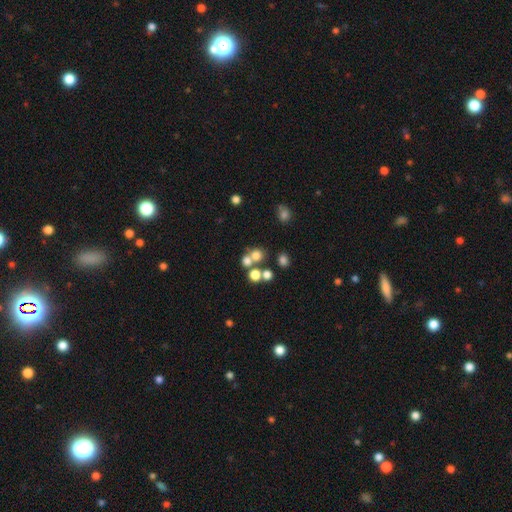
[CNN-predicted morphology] type=smooth (67%); roundness=round (83%); merging=none (48%).